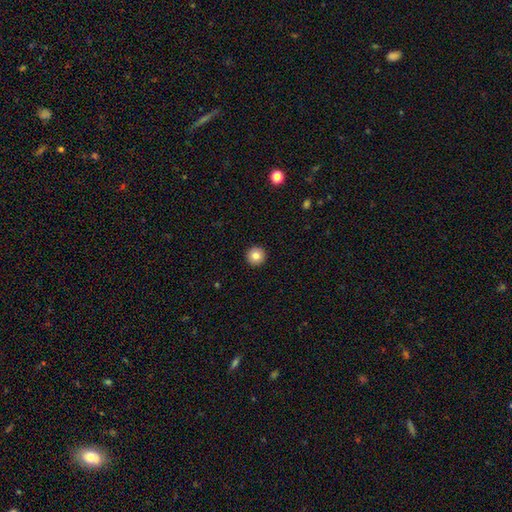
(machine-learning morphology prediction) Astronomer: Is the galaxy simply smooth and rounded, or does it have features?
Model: smooth — 84%.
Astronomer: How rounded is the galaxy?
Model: round — 96%.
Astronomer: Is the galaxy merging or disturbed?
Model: none — 94%.